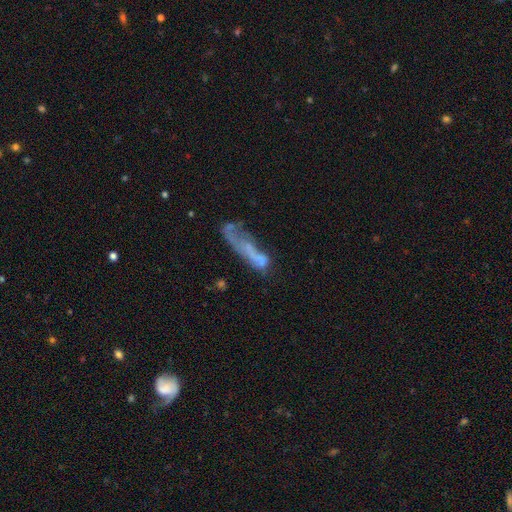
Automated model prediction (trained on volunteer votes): smooth-or-featured: featured or disk: 44% | smooth: 42% | star or artifact: 14%
  merging: none: 35% | major disturbance: 27% | minor disturbance: 21% | merger: 16%